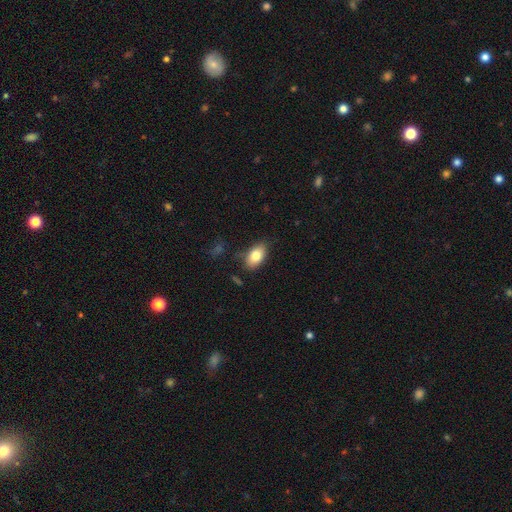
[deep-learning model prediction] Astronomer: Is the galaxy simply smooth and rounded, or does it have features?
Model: smooth — 80%.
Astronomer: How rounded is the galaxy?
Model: in between — 90%.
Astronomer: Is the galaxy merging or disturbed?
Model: none — 76%.